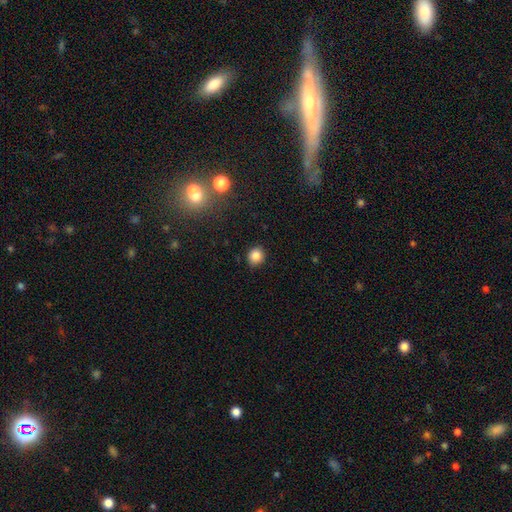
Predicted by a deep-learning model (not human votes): Smooth or featured? Predicted: smooth (p=0.83). How rounded? Predicted: round (p=0.80). Merging? Predicted: none (p=0.90).